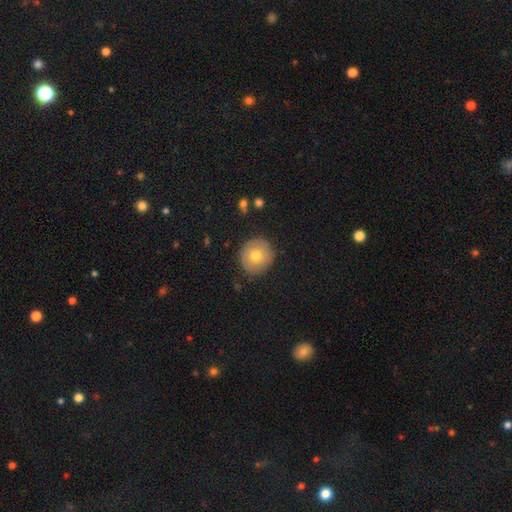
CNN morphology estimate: Smooth or featured? Predicted: smooth (p=0.72). How rounded? Predicted: round (p=0.92). Merging? Predicted: none (p=0.87).